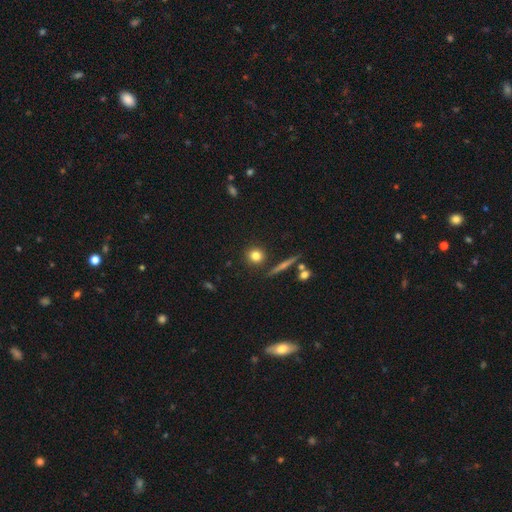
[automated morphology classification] Q: Smooth or featured?
A: smooth (79%); runner-up: star or artifact (11%)
Q: How rounded?
A: round (88%); runner-up: in between (9%)
Q: Merging?
A: none (85%); runner-up: minor disturbance (7%)